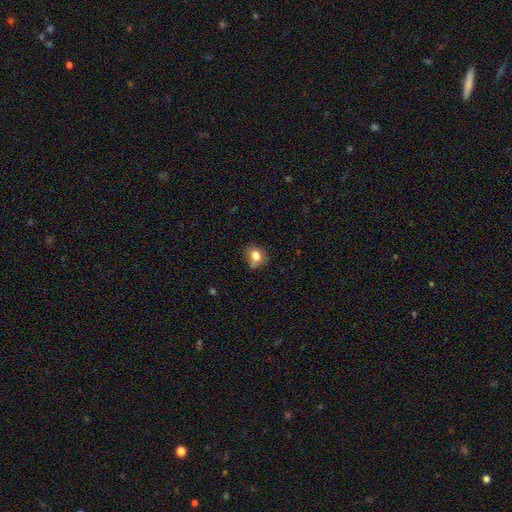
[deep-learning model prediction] A smooth galaxy with no disk features (78%) that is round (59%). Merging: none (58%).